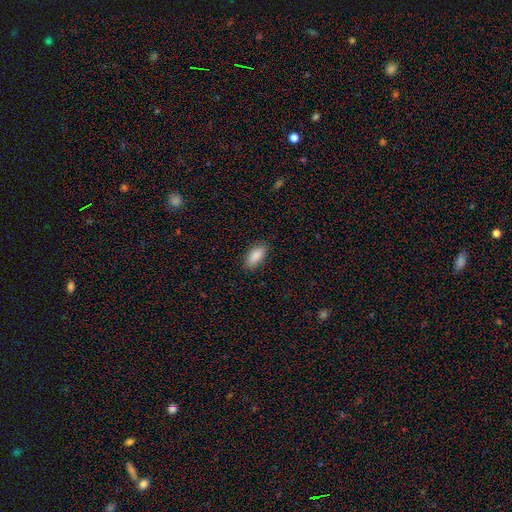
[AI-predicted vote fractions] Overall: smooth (88%). How rounded: in between (87%). Merging: none (86%).